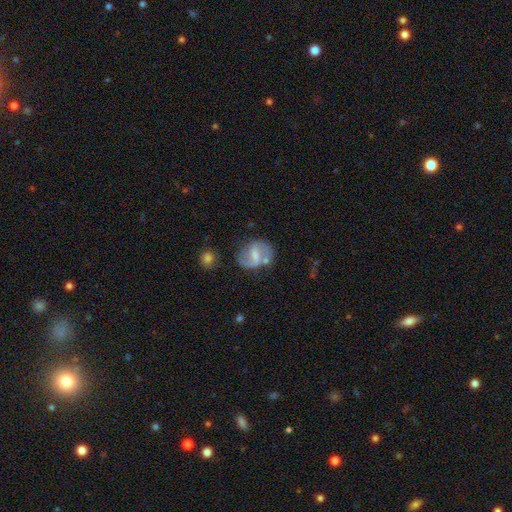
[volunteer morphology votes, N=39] This is likely a featured or disk galaxy (72%). It is clearly not viewed edge-on (100%). Bar: marginally weak (43%). Spiral arm pattern: likely yes (64%). Spiral arm count: clearly 2 (100%). Spiral winding: marginally medium (44%). Central bulge: marginally moderate (32%, tied with none). Merging: likely none (64%).